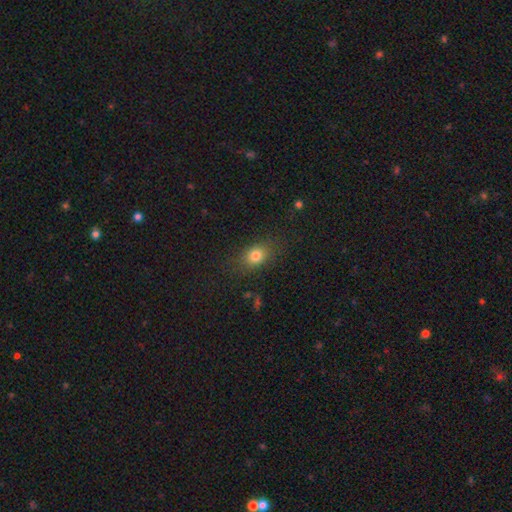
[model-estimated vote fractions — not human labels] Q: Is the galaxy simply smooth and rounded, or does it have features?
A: smooth — 79%.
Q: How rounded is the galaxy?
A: in between — 63%.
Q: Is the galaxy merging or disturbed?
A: none — 80%.